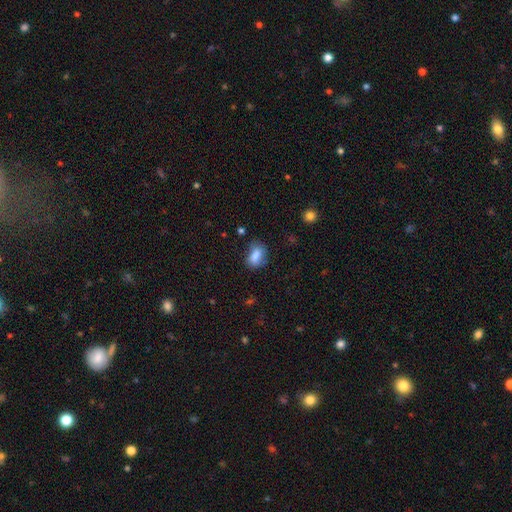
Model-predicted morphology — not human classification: This is clearly a smooth galaxy (83%). How rounded: clearly in between (84%). Merging: likely none (64%).